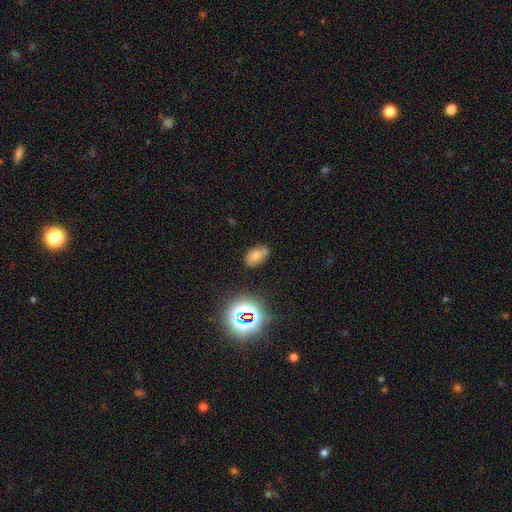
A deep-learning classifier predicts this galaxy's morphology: smooth_or_featured: smooth (p=0.67) [alt: star or artifact p=0.20]
how_rounded: in between (p=0.90) [alt: round p=0.08]
merging: none (p=0.72) [alt: minor disturbance p=0.19]